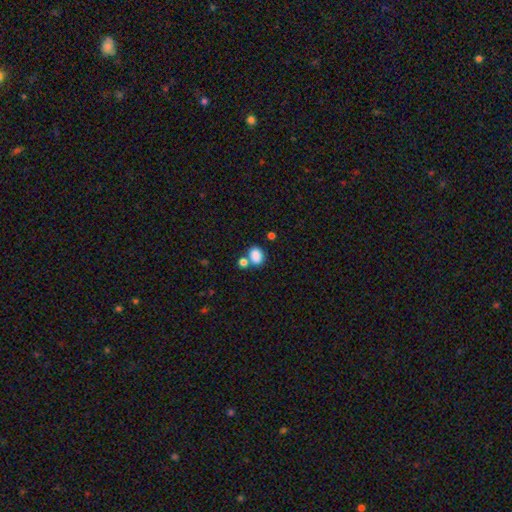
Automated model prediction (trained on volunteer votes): smooth 86%, star or artifact 9%, featured or disk 5%. Down the decision tree: how rounded — in between (65%); merging — none (58%).